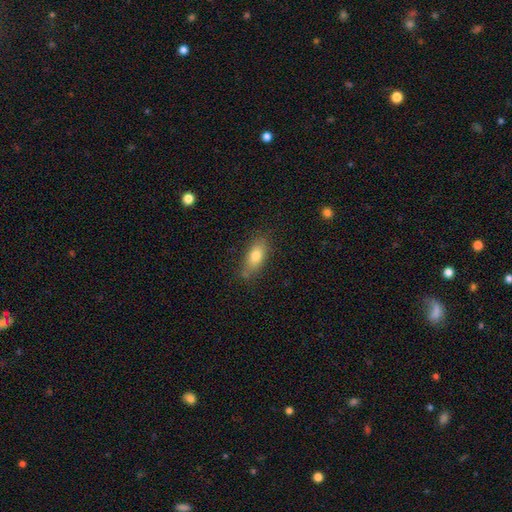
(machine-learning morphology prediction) type=smooth (77%); roundness=in between (80%); merging=none (75%).